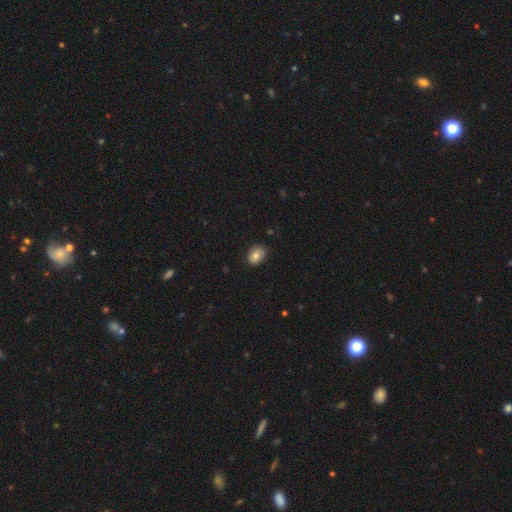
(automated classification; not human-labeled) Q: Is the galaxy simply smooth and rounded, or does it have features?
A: smooth — 73%.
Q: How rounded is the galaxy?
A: in between — 73%.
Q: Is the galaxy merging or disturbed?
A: none — 79%.